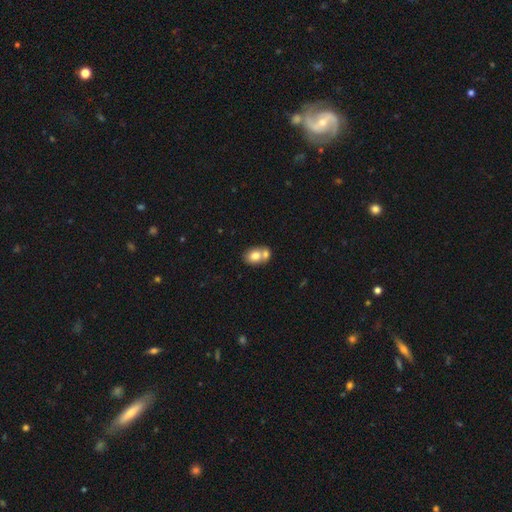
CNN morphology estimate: smooth 75%, featured or disk 17%, star or artifact 8%. Down the decision tree: how rounded — in between (59%); merging — merger (56%).